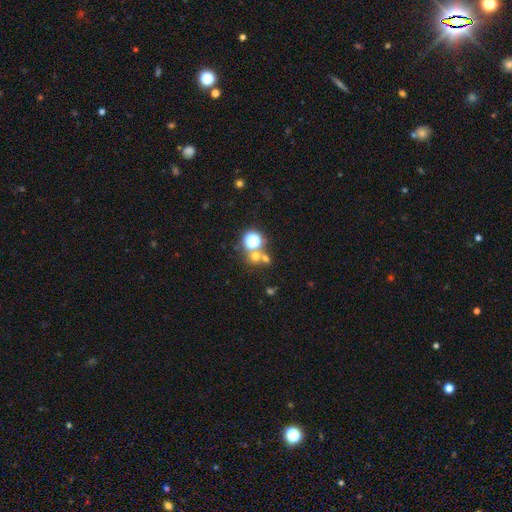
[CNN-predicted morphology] Smooth or featured? Predicted: smooth (p=0.54). How rounded? Predicted: round (p=0.85). Merging? Predicted: none (p=0.58).